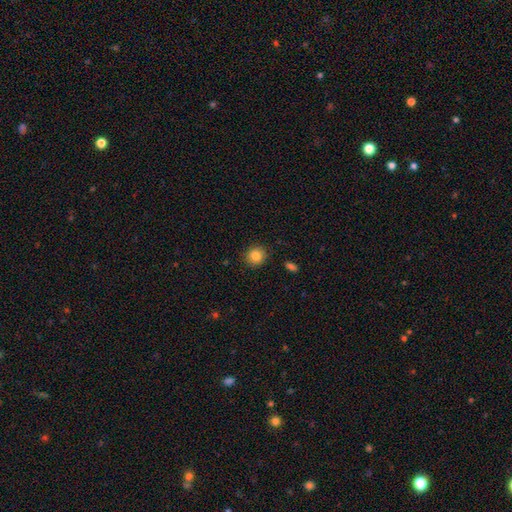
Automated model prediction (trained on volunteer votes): The model was most divided on "smooth or featured": smooth: 85%, star or artifact: 10%, featured or disk: 5%. More confident: merging — none (90%); how rounded — round (89%).